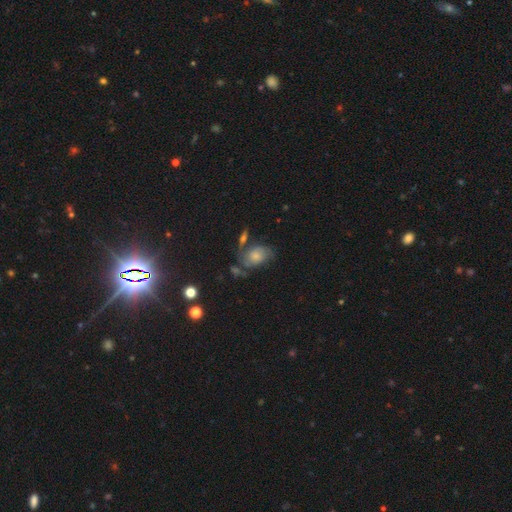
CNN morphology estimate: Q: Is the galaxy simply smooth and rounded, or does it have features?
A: featured or disk — 50%.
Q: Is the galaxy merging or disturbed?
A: none — 42%.